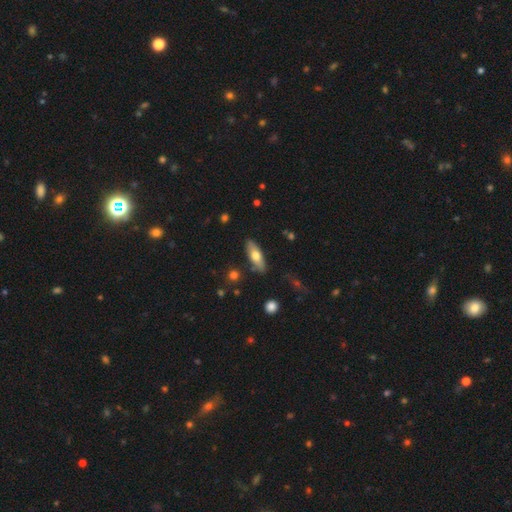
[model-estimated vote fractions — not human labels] Overall: smooth (64%; featured or disk 30%). How rounded: in between (60%; cigar-shaped 37%). Merging: none (82%).